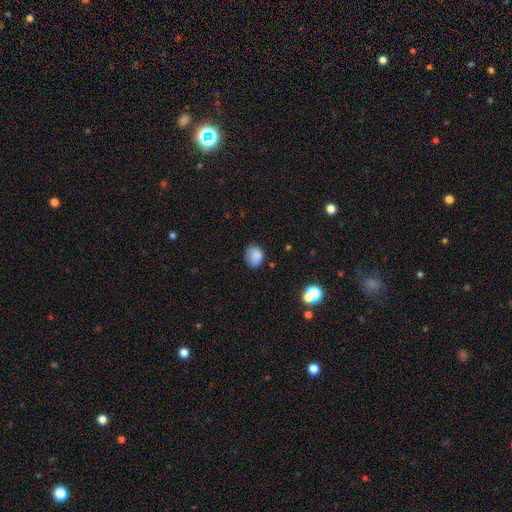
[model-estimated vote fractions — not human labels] This is clearly a smooth galaxy (84%). How rounded: possibly round (54%). Merging: likely none (71%).